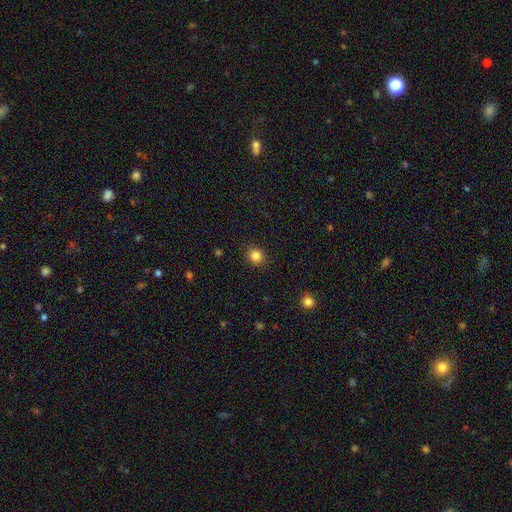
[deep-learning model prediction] smooth 84%, star or artifact 12%, featured or disk 4%. Down the decision tree: how rounded — round (86%); merging — none (91%).